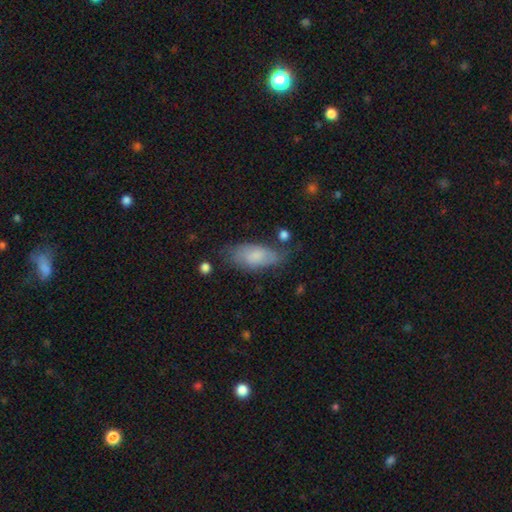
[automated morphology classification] This appears to be a smooth galaxy with no disk features (70%) that is in between round and cigar-shaped (85%). Merging: none (60%).